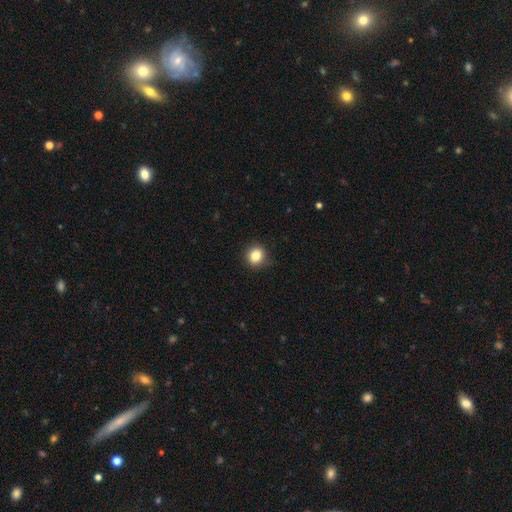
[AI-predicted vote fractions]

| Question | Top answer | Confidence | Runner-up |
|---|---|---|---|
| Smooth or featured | smooth | 84% | star or artifact (11%) |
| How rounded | round | 77% | in between (22%) |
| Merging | none | 84% | minor disturbance (12%) |